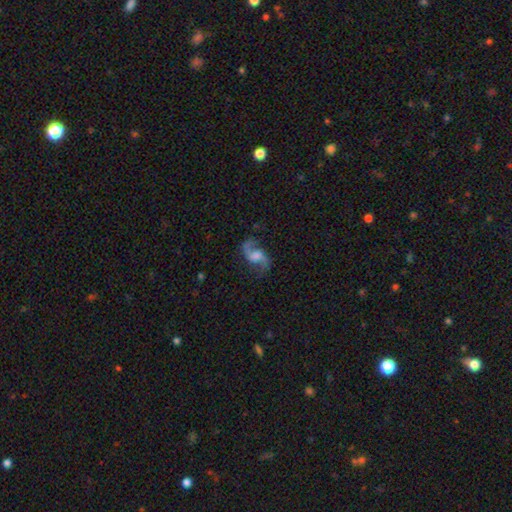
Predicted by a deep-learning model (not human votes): Morphology: type=featured or disk (86%); edge-on=no (97%); bar=weak (48%); spiral arms=yes (96%); winding=loose (75%); arm count=2 (93%); bulge=moderate (31%); merging=none (75%).